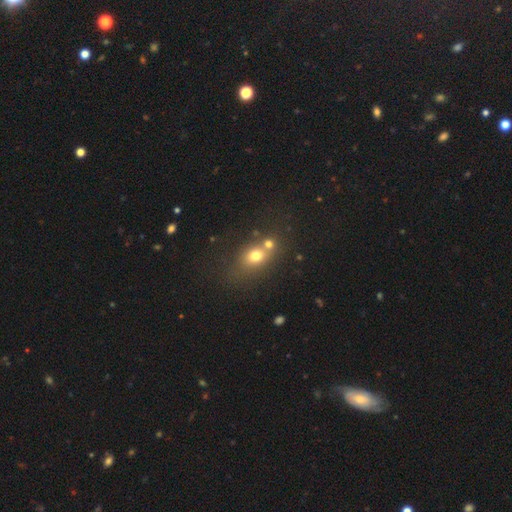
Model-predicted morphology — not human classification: Smooth or featured: smooth — 72% (star or artifact — 14%)
How rounded: in between — 52% (round — 45%)
Merging: none — 45% (merger — 38%)